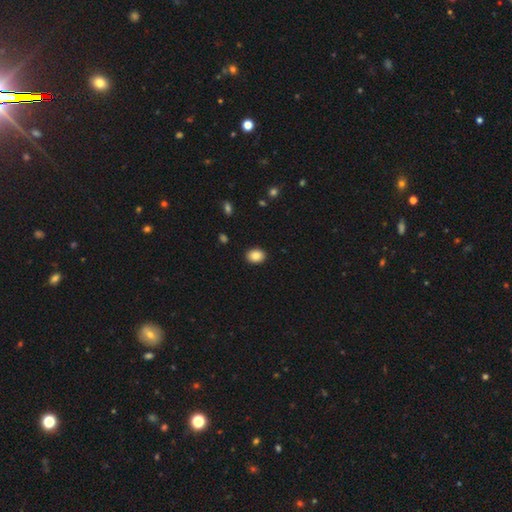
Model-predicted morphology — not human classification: smooth 88%, star or artifact 8%, featured or disk 4%. Down the decision tree: how rounded — in between (63%); merging — none (90%).